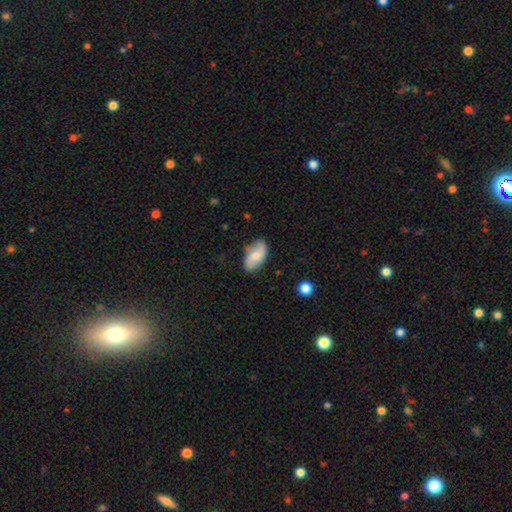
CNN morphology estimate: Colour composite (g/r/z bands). It shows a smooth galaxy with no disk features (65%) that is in between round and cigar-shaped (94%). Merging: none (74%).